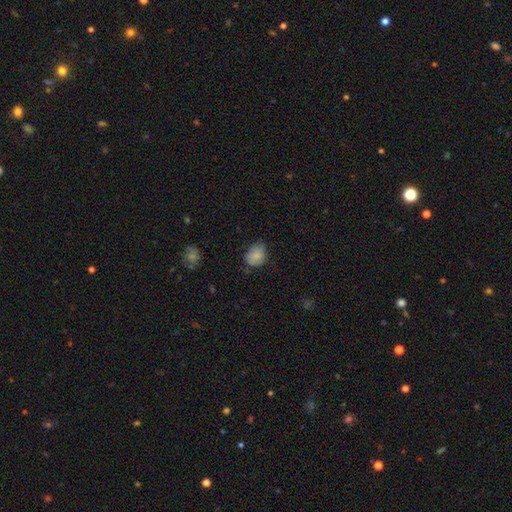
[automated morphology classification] Smooth or featured? smooth (85%)
How rounded? in between (64%)
Merging? none (62%)